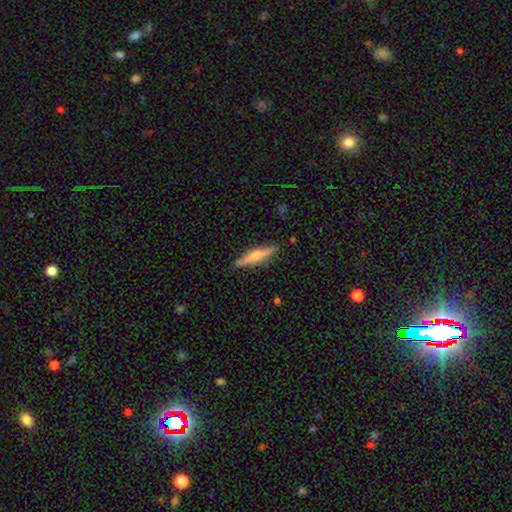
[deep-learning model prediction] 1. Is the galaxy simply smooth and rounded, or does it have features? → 58% featured or disk, 36% smooth, 6% star or artifact.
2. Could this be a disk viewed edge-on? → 97% yes, 3% no.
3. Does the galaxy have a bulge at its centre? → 84% rounded, 8% none, 8% boxy.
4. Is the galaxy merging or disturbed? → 89% none, 8% minor disturbance, 2% major disturbance, 1% merger.